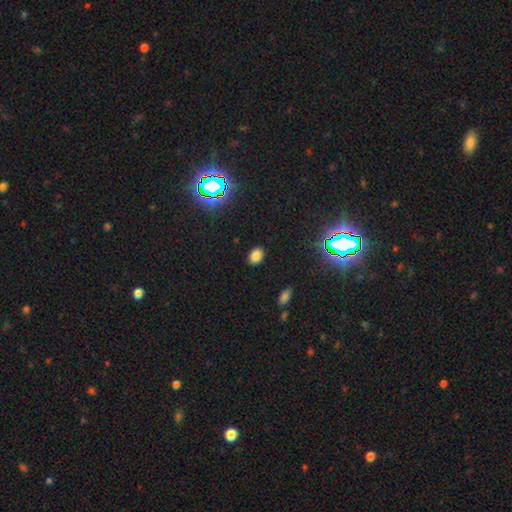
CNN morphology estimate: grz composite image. It shows a smooth galaxy with no disk features (78%) that is in between round and cigar-shaped (74%). Merging: none (88%).